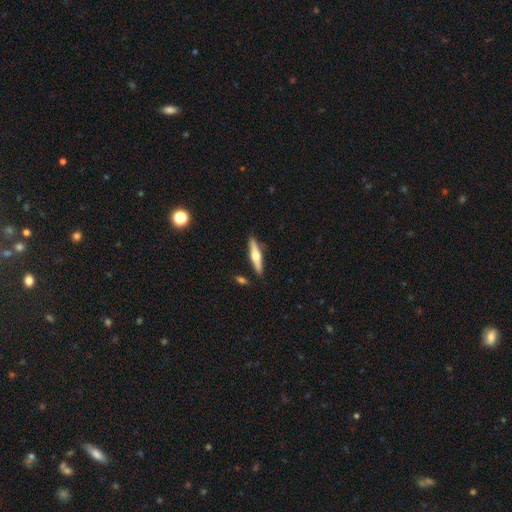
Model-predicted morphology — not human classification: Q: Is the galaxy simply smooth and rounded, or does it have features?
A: featured or disk — 60%.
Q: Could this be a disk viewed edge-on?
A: yes — 96%.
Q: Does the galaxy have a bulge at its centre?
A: rounded — 93%.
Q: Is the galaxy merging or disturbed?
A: none — 88%.